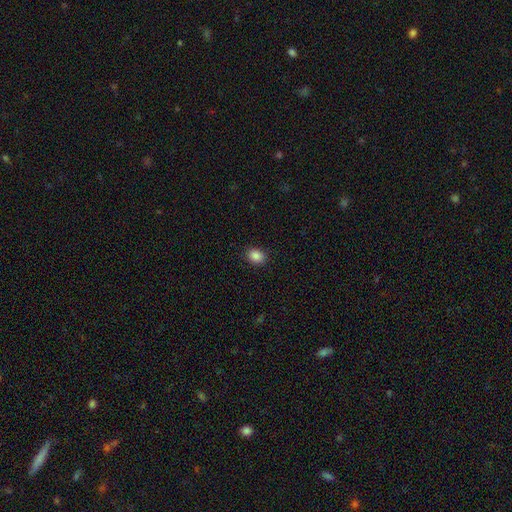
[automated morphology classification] Smooth or featured? smooth (87%)
How rounded? in between (58%)
Merging? none (90%)